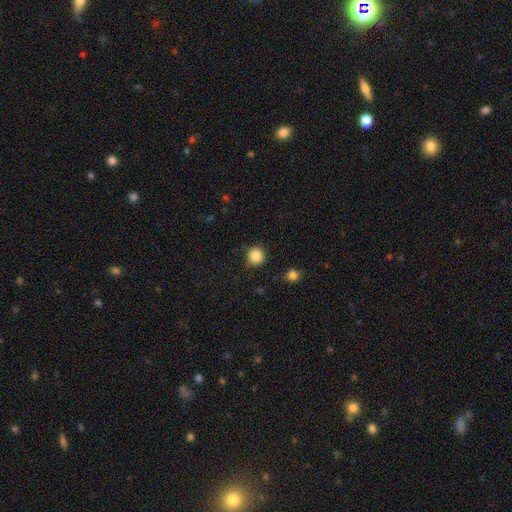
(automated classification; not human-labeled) The model was most divided on "merging": none: 84%, minor disturbance: 11%, major disturbance: 3%, merger: 2%. More confident: how rounded — round (92%); smooth or featured — smooth (87%).